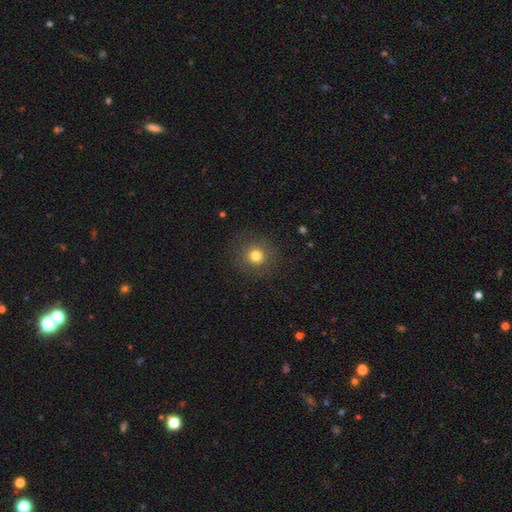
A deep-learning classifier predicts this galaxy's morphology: Overall: smooth (77%). How rounded: round (92%). Merging: none (88%).